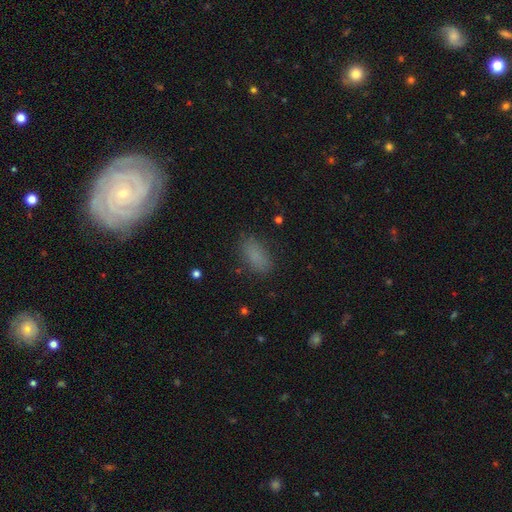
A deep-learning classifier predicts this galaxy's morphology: smooth 82%, star or artifact 12%, featured or disk 6%. Down the decision tree: how rounded — in between (89%); merging — none (81%).